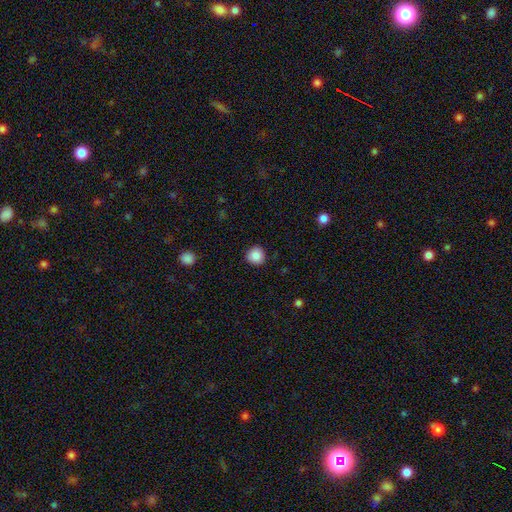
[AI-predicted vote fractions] Overall: smooth (88%). How rounded: round (93%). Merging: none (90%).